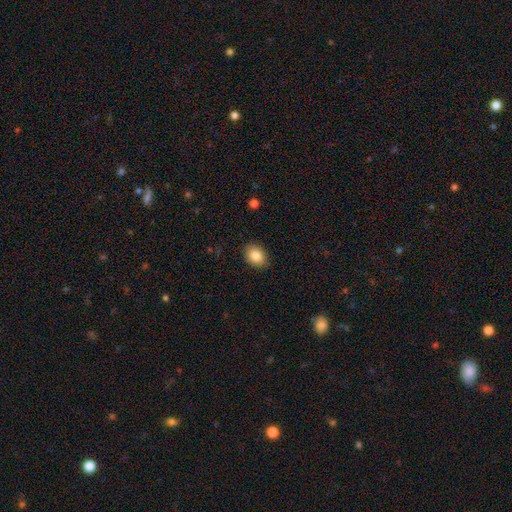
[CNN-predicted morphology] A smooth galaxy with no disk features (85%) that is in between round and cigar-shaped (66%).

Vote fractions:
- Smooth or featured? smooth: 85% / star or artifact: 8% / featured or disk: 7%
- How rounded? in between: 66% / round: 33% / cigar-shaped: 1%
- Merging? none: 88% / minor disturbance: 9% / major disturbance: 2% / merger: 1%